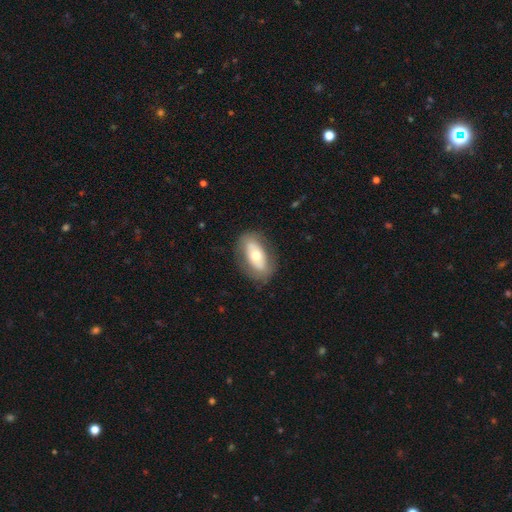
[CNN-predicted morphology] smooth-or-featured: smooth: 53% | featured or disk: 41% | star or artifact: 6%
  how-rounded: in between: 88% | round: 7% | cigar-shaped: 5%
  merging: none: 79% | minor disturbance: 14% | major disturbance: 6% | merger: 1%